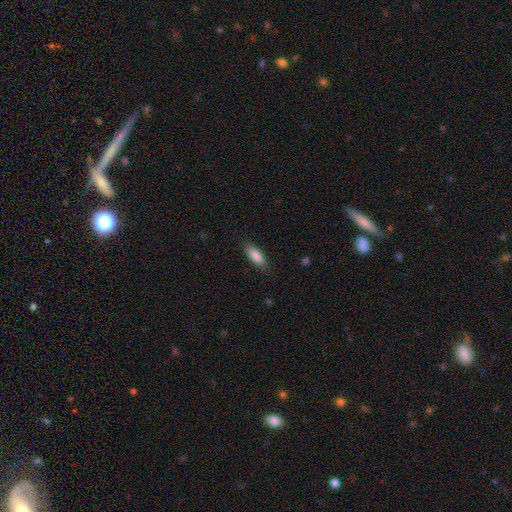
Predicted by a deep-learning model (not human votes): smooth 87%, featured or disk 7%, star or artifact 6%. Down the decision tree: how rounded — in between (69%); merging — none (84%).